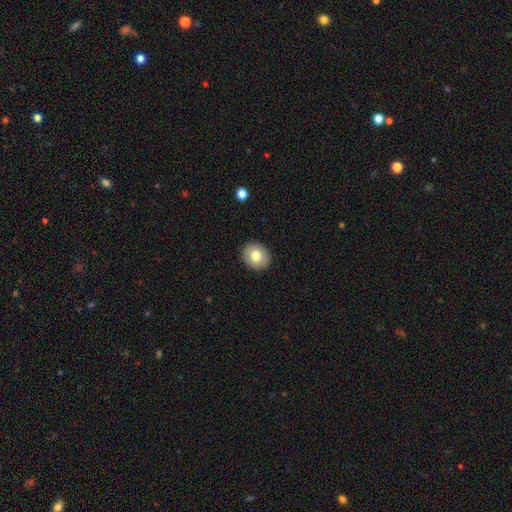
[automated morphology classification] smooth 77%, featured or disk 14%, star or artifact 9%. Down the decision tree: how rounded — round (70%); merging — none (91%).